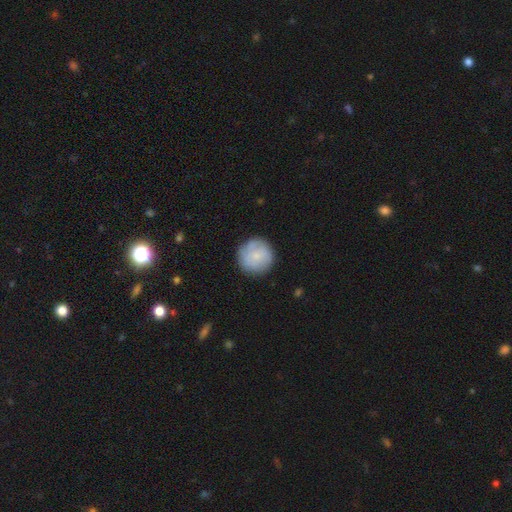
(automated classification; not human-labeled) Overall: smooth (68%). How rounded: round (95%). Merging: none (81%).